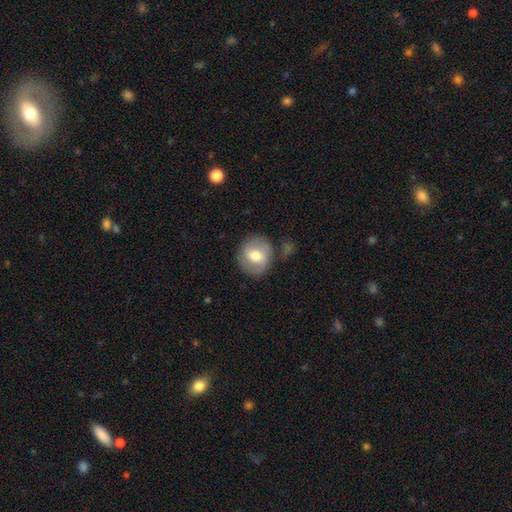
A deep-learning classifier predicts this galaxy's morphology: Smooth or featured? smooth (55%)
How rounded? round (81%)
Merging? none (75%)